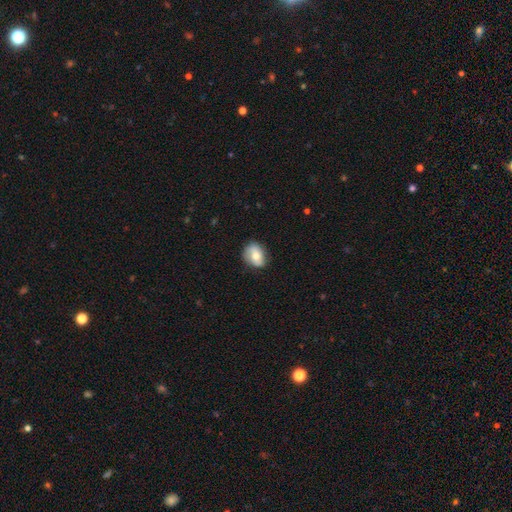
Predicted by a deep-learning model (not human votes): Q: Smooth or featured?
A: smooth (60%); runner-up: featured or disk (32%)
Q: How rounded?
A: in between (54%); runner-up: round (44%)
Q: Merging?
A: none (75%); runner-up: minor disturbance (19%)